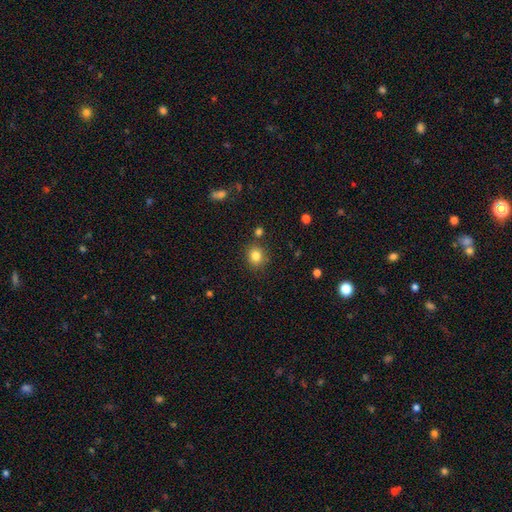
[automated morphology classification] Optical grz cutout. It shows a smooth galaxy with no disk features (82%) that is round (79%). Merging: none (83%).